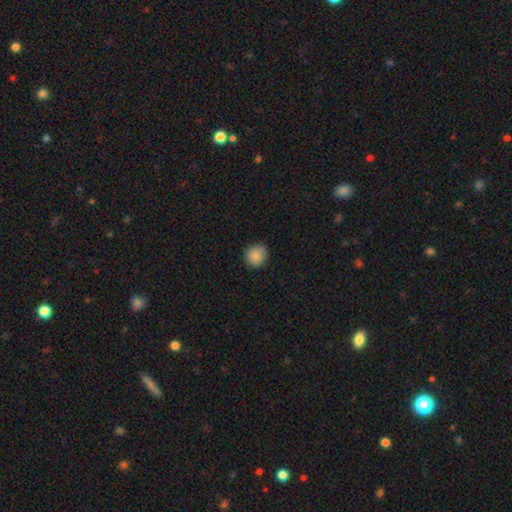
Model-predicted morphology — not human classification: Q: Smooth or featured?
A: smooth (87%); runner-up: star or artifact (8%)
Q: How rounded?
A: round (84%); runner-up: in between (15%)
Q: Merging?
A: none (86%); runner-up: minor disturbance (11%)